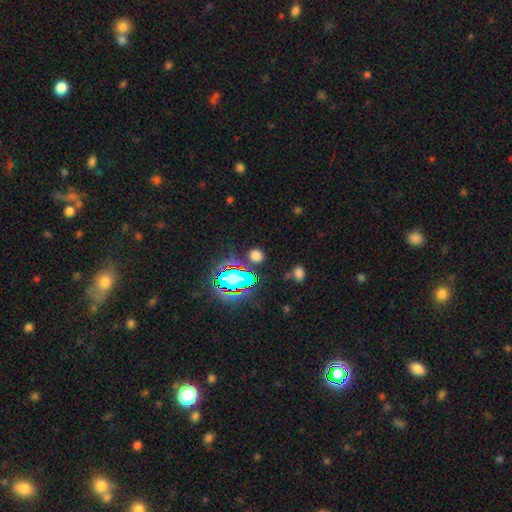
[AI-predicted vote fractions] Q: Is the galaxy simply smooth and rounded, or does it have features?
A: smooth — 61%.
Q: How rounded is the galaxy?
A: round — 72%.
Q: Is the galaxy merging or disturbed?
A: none — 79%.